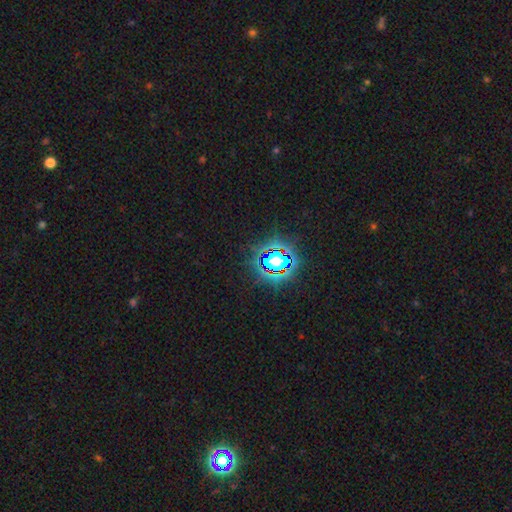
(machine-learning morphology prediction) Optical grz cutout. It shows a star or artifact, not a galaxy (79%).